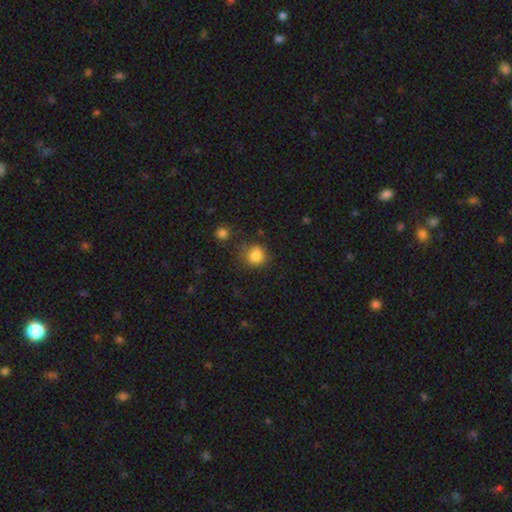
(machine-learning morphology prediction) type=smooth (83%); roundness=round (82%); merging=none (68%).